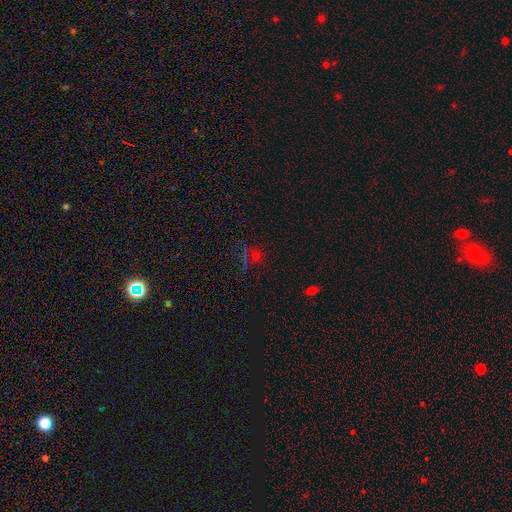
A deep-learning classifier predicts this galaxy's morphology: This is likely a star or artifact rather than a galaxy (61%).